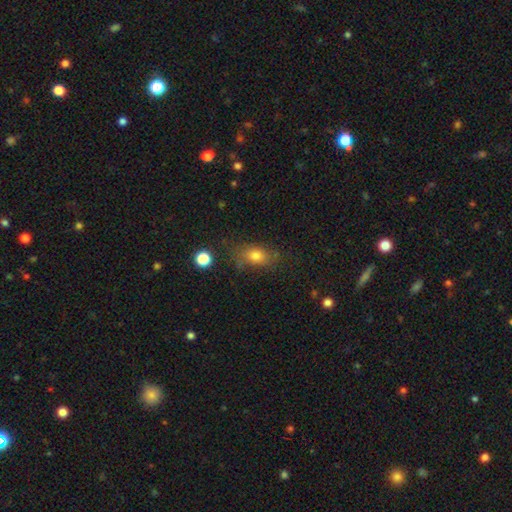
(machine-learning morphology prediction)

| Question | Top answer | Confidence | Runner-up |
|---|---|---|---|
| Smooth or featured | smooth | 77% | star or artifact (12%) |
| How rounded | in between | 77% | round (19%) |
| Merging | none | 67% | minor disturbance (21%) |